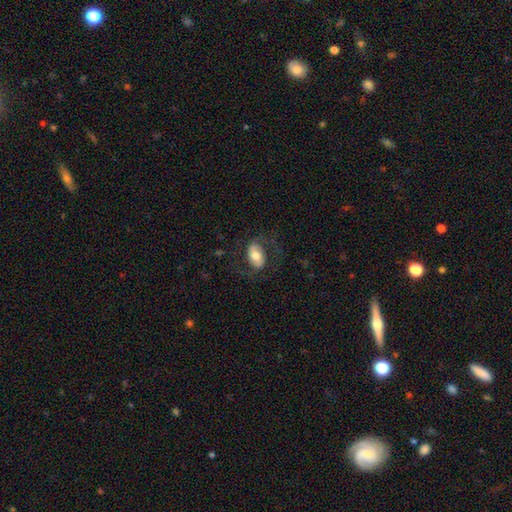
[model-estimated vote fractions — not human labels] A smooth galaxy with no disk features (51%) that is in between round and cigar-shaped (86%). Merging: none (68%).